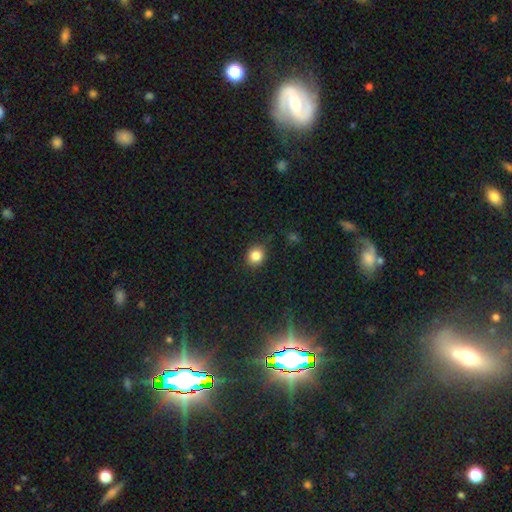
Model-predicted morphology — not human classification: Q: Smooth or featured?
A: smooth (83%); runner-up: star or artifact (12%)
Q: How rounded?
A: round (83%); runner-up: in between (16%)
Q: Merging?
A: none (83%); runner-up: minor disturbance (13%)